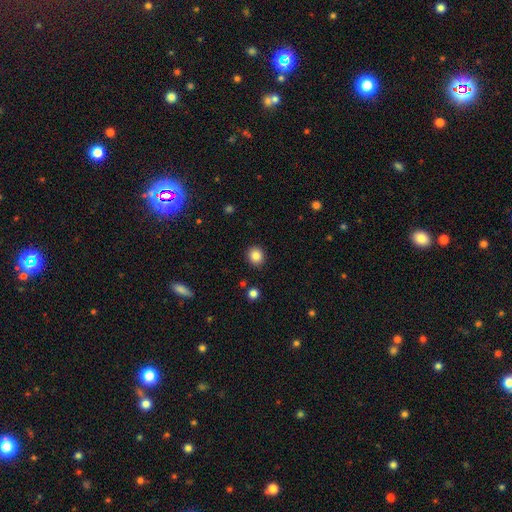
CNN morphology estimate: smooth 85%, star or artifact 10%, featured or disk 5%. Down the decision tree: how rounded — round (78%); merging — none (90%).